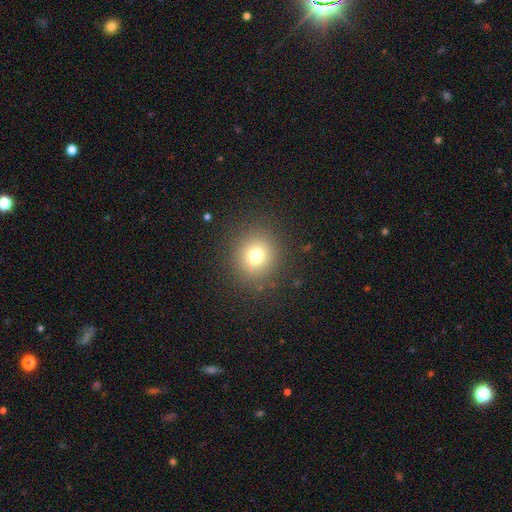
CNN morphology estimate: Smooth or featured? Predicted: smooth (p=0.74). How rounded? Predicted: round (p=0.90). Merging? Predicted: none (p=0.88).